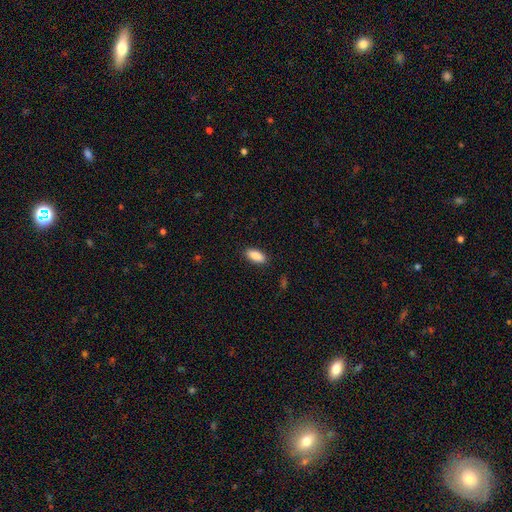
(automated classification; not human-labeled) Morphology: type=smooth (89%); roundness=in between (86%); merging=none (89%).